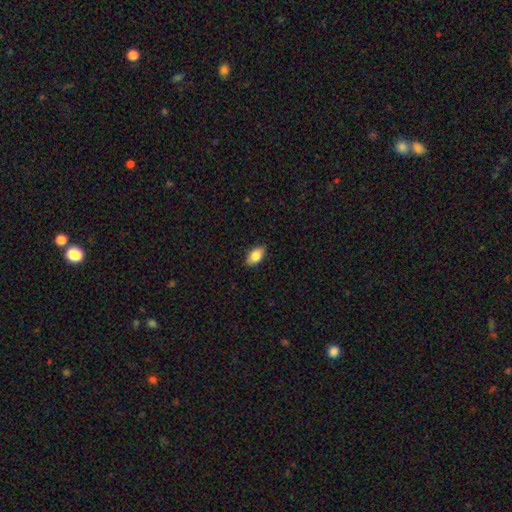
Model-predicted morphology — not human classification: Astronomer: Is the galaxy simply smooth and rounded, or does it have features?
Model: smooth — 84%.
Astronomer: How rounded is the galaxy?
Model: in between — 91%.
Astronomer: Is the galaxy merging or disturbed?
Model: none — 88%.